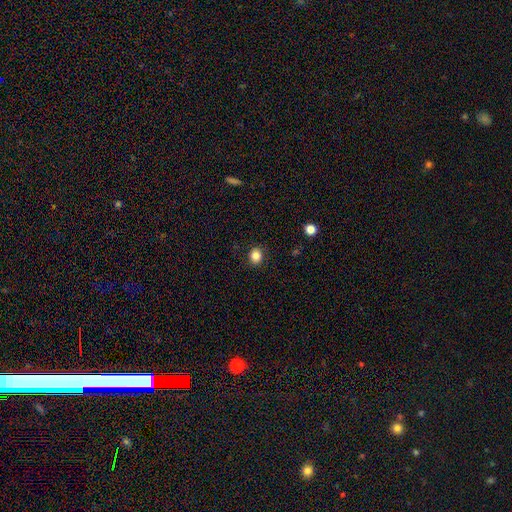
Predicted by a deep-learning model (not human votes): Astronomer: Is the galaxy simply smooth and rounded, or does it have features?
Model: smooth — 85%.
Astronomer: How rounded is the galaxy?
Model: round — 75%.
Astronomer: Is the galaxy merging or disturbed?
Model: none — 89%.